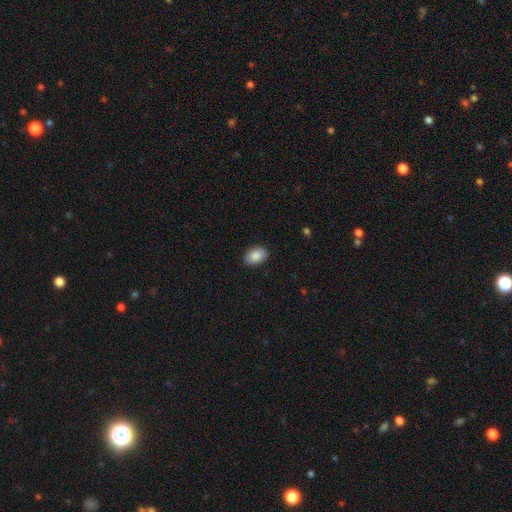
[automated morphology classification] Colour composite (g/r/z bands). It shows a smooth galaxy with no disk features (89%) that is in between round and cigar-shaped (87%). Merging: none (89%).